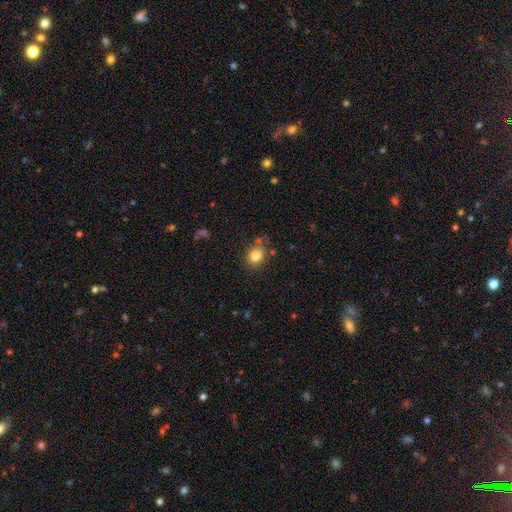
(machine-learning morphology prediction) smooth 80%, star or artifact 12%, featured or disk 9%. Down the decision tree: how rounded — round (69%); merging — none (78%).